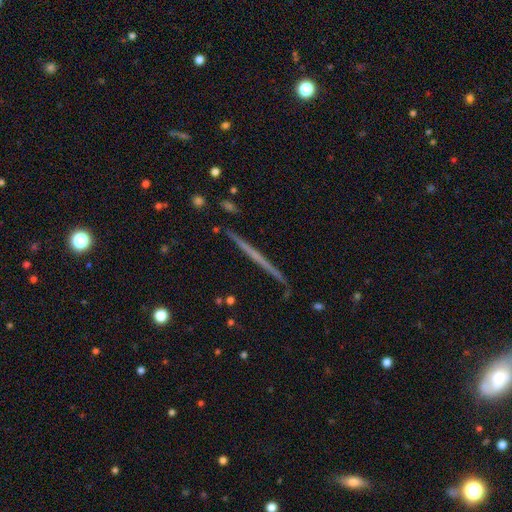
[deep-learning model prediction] Morphology: type=featured or disk (67%); edge-on=yes (98%); edge-on bulge=none (82%); merging=none (92%).